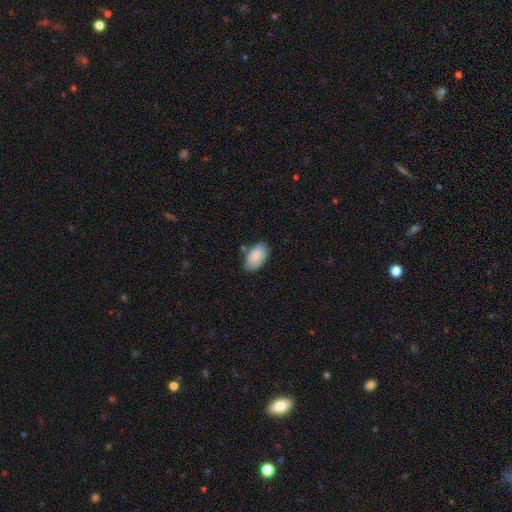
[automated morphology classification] smooth-or-featured: smooth: 68% | featured or disk: 25% | star or artifact: 7%
  how-rounded: in between: 93% | round: 5% | cigar-shaped: 2%
  merging: none: 63% | minor disturbance: 27% | major disturbance: 6% | merger: 4%